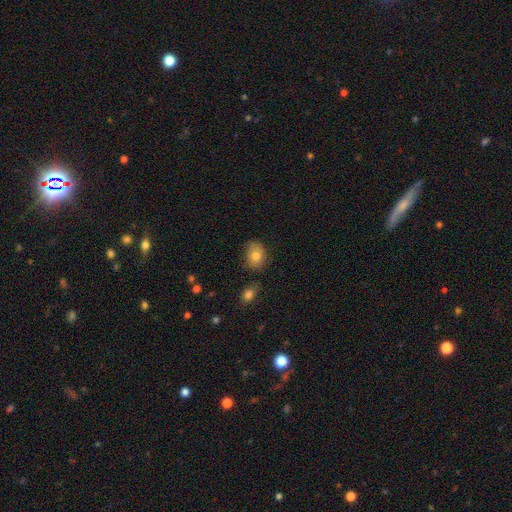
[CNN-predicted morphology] Smooth or featured?
  - smooth: 79% *
  - featured or disk: 12%
  - star or artifact: 9%
How rounded?
  - in between: 68% *
  - round: 31%
  - cigar-shaped: 1%
Merging?
  - none: 66% *
  - minor disturbance: 25%
  - major disturbance: 5%
  - merger: 3%